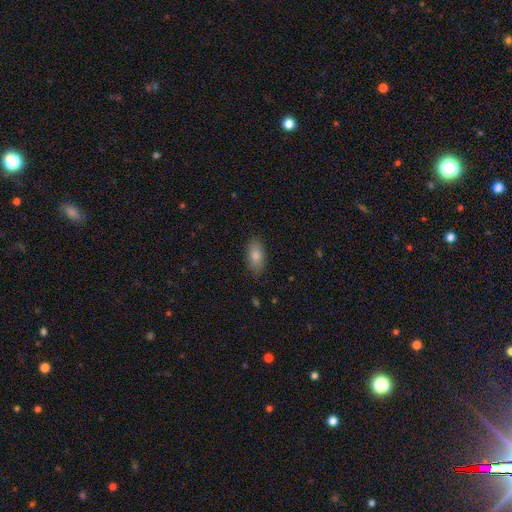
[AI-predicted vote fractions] Q: Smooth or featured?
A: smooth (84%); runner-up: featured or disk (9%)
Q: How rounded?
A: in between (91%); runner-up: cigar-shaped (6%)
Q: Merging?
A: none (84%); runner-up: minor disturbance (12%)